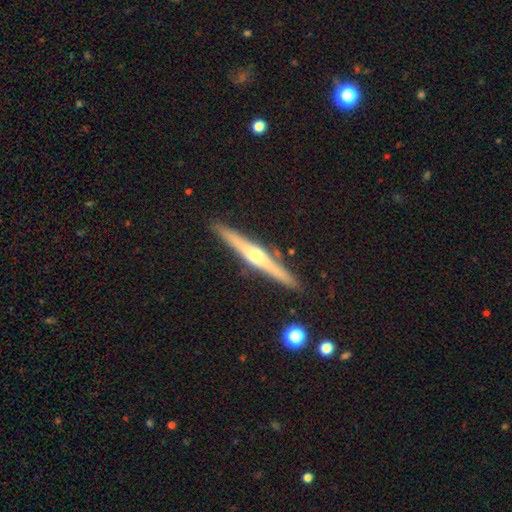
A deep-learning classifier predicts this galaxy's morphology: Overall: featured or disk (73%). Edge-on disk: yes (98%). Edge-on bulge: rounded (90%). Merging: none (89%).